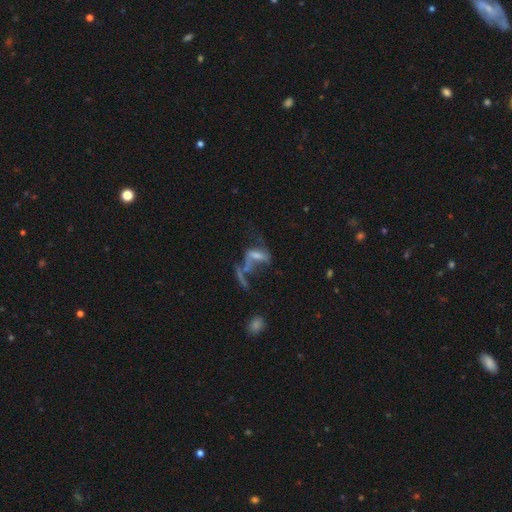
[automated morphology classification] A featured or disk galaxy (58%) with no bar (47%), spiral arms (50%, tied with no) and a small central bulge (32%). Merging: major disturbance (37%).